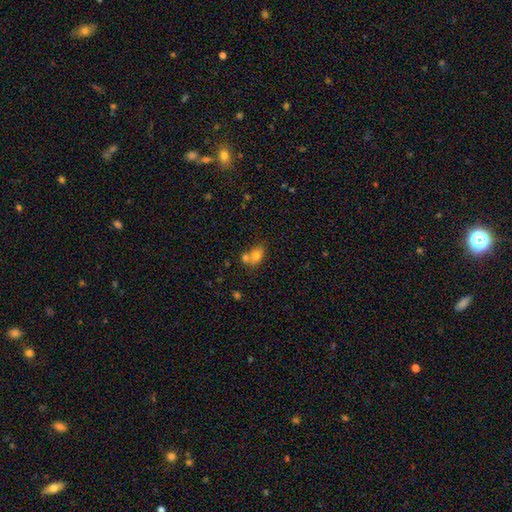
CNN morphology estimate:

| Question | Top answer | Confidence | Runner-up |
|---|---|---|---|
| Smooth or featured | smooth | 75% | featured or disk (15%) |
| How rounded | in between | 76% | round (22%) |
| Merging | merger | 48% | none (36%) |